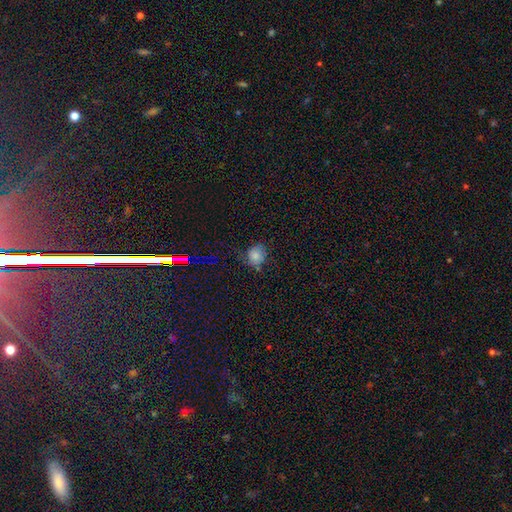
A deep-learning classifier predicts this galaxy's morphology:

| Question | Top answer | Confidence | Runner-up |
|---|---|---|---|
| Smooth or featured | smooth | 73% | star or artifact (18%) |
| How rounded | round | 75% | in between (24%) |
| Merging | none | 63% | minor disturbance (26%) |